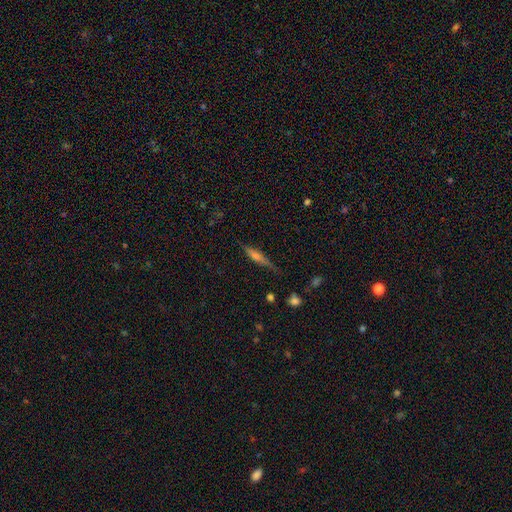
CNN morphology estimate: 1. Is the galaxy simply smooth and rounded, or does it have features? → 52% featured or disk, 39% smooth, 9% star or artifact.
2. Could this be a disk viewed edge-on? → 94% yes, 6% no.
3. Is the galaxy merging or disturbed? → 75% none, 19% minor disturbance, 4% major disturbance, 2% merger.